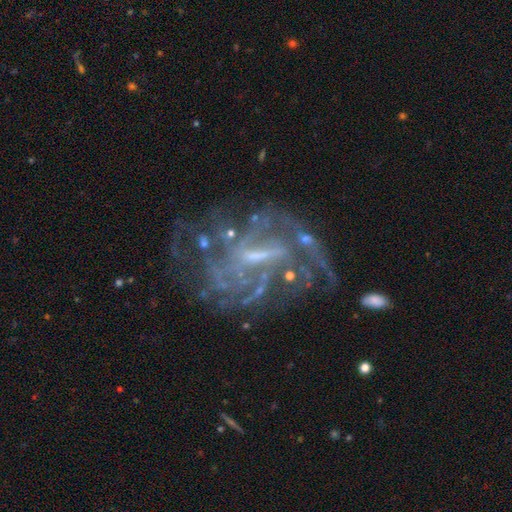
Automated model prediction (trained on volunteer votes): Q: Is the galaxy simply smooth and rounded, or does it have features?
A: featured or disk — 86%.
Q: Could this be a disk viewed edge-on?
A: no — 97%.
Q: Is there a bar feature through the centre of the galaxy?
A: weak — 46%.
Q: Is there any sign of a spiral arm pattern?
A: yes — 90%.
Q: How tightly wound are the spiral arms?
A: medium — 43%.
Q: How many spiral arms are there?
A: can't tell — 33%.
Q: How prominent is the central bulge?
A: small — 45%.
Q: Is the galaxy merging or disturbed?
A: none — 52%.